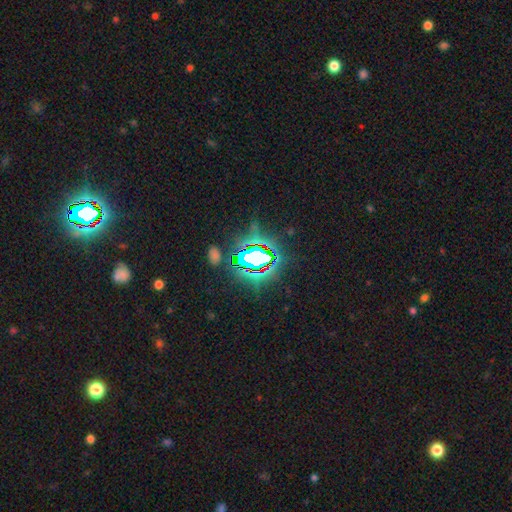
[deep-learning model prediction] star or artifact 71%, smooth 17%, featured or disk 13%.